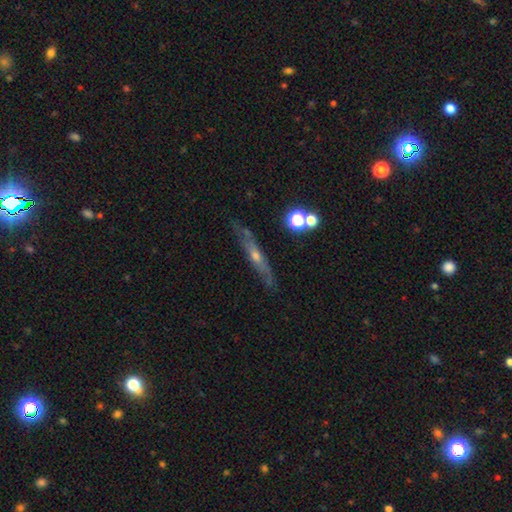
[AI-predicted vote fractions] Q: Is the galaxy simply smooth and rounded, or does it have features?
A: featured or disk — 64%.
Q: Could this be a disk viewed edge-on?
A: yes — 78%.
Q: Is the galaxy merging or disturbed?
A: none — 73%.